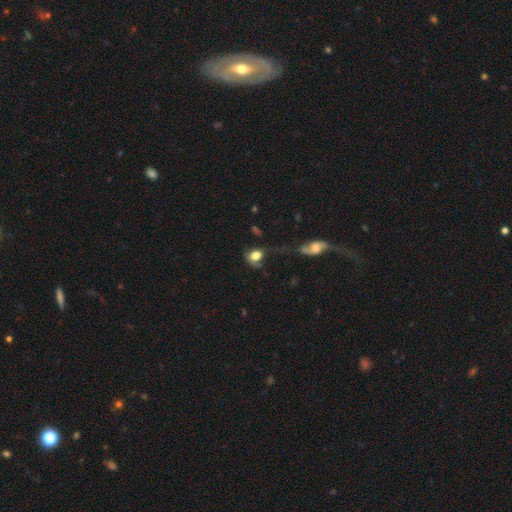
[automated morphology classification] Overall: smooth (73%). How rounded: in between (51%; round 47%). Merging: none (33%; major disturbance 30%).